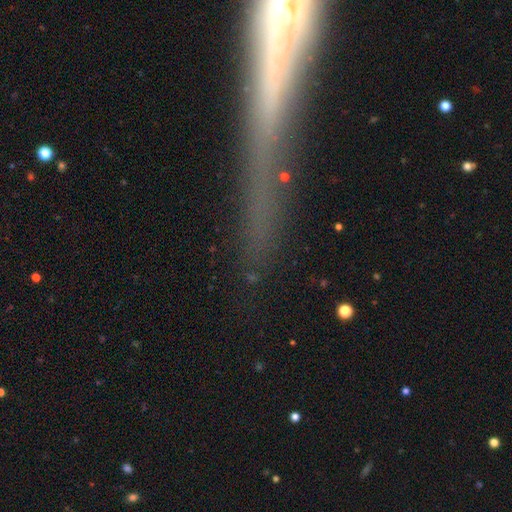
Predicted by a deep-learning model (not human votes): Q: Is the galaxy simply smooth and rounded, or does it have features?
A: featured or disk — 48%.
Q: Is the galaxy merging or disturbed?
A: none — 71%.